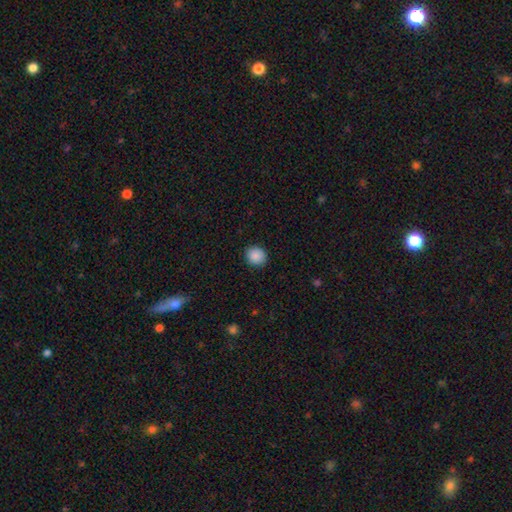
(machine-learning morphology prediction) Smooth or featured? smooth (89%)
How rounded? round (86%)
Merging? none (90%)